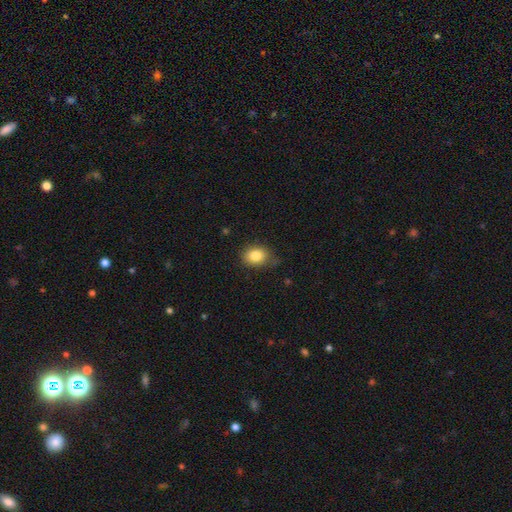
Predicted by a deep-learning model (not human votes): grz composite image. It shows a smooth galaxy with no disk features (84%) that is in between round and cigar-shaped (62%). Merging: none (71%).